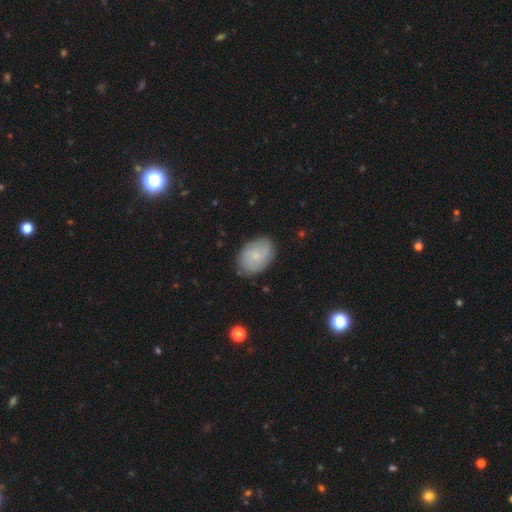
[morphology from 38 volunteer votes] featured or disk 53%, smooth 39%, star or artifact 8%. Down the decision tree: edge-on disk — no (100%); bar — no (90%); spiral arms — yes (75%); spiral arm count — can't tell (40%); spiral winding — tight (33%, tied with medium and loose); bulge size — small (65%); merging — none (77%).